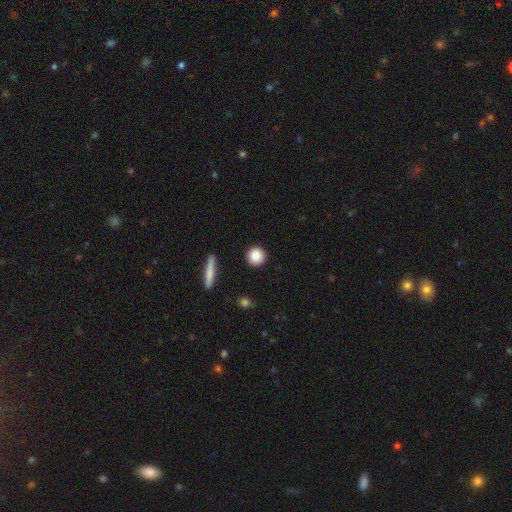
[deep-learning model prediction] Smooth or featured: smooth — 87% (star or artifact — 8%)
How rounded: round — 92% (in between — 6%)
Merging: none — 91% (minor disturbance — 6%)